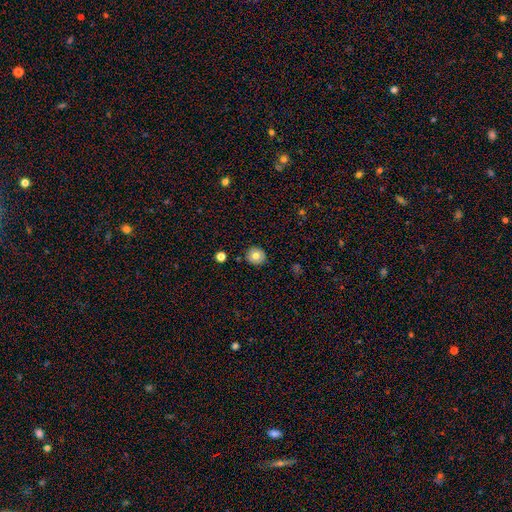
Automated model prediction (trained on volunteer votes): Morphology: type=smooth (75%); roundness=round (90%); merging=none (89%).